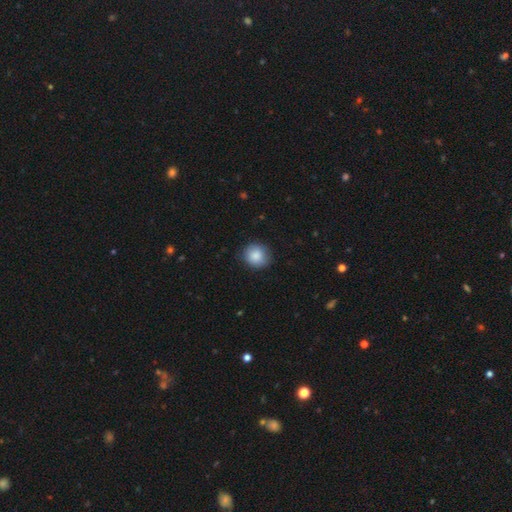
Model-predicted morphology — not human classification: Smooth or featured? Predicted: smooth (p=0.86). How rounded? Predicted: round (p=0.86). Merging? Predicted: none (p=0.85).